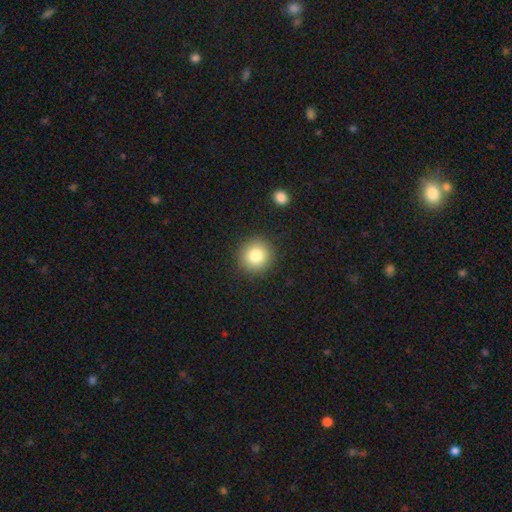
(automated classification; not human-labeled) smooth-or-featured: smooth: 81% | star or artifact: 10% | featured or disk: 9%
  how-rounded: round: 92% | in between: 7% | cigar-shaped: 1%
  merging: none: 90% | minor disturbance: 6% | major disturbance: 2% | merger: 1%